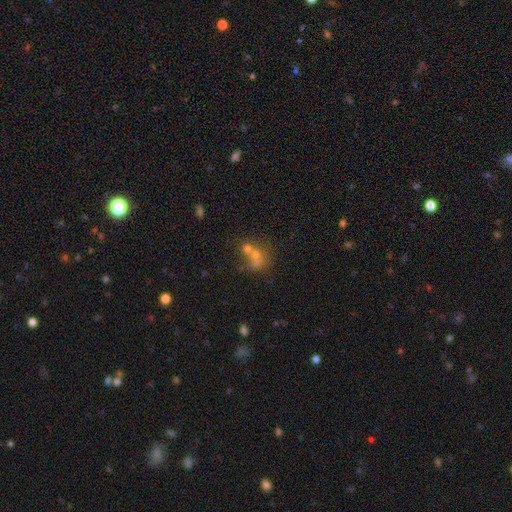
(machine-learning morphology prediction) smooth_or_featured: smooth (p=0.49) [alt: star or artifact p=0.27]
merging: merger (p=0.52) [alt: none p=0.33]